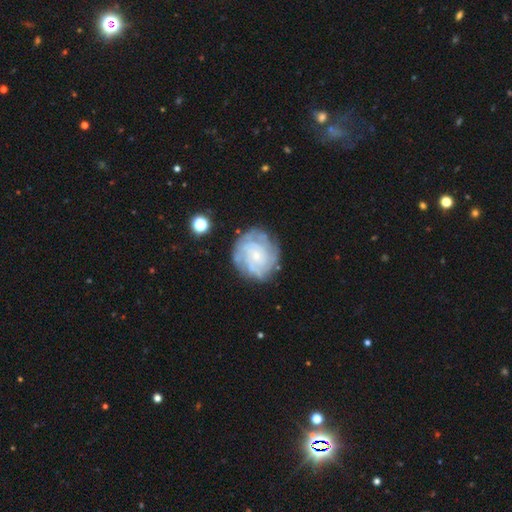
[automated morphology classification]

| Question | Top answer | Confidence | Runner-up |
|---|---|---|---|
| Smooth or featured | featured or disk | 79% | smooth (13%) |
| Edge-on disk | no | 98% | yes (2%) |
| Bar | no | 72% | weak (24%) |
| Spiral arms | yes | 94% | no (6%) |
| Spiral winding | tight | 73% | medium (22%) |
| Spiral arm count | can't tell | 37% | 4 (21%) |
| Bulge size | small | 77% | moderate (14%) |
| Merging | none | 76% | minor disturbance (16%) |